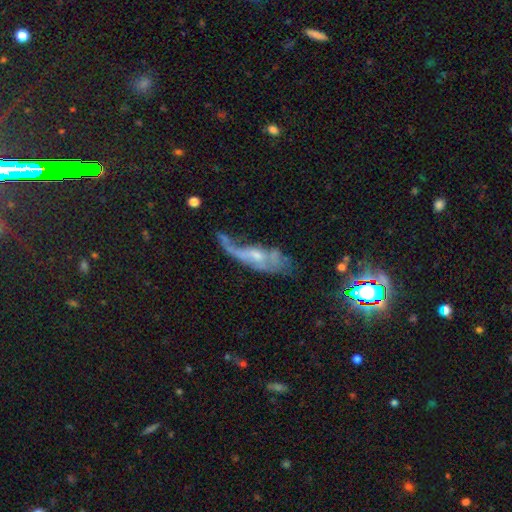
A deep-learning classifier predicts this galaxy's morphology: This is likely a featured or disk galaxy (63%). It is likely not viewed edge-on (79%). Merging: marginally major disturbance (44%).